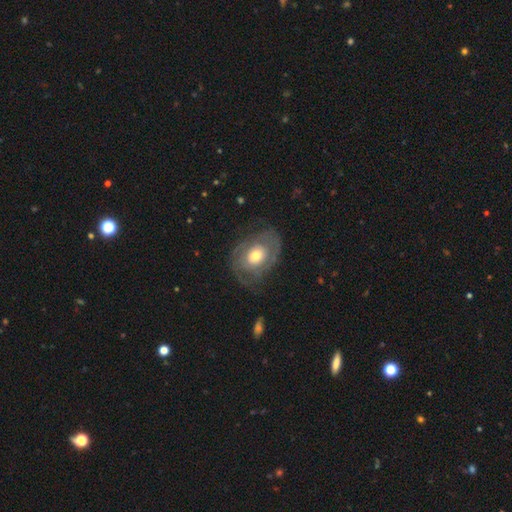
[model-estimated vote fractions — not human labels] This is likely a featured or disk galaxy (68%). It is clearly not viewed edge-on (95%). Bar: likely no (80%). Spiral arm pattern: likely yes (67%). Central bulge: likely moderate (64%). Merging: likely none (67%).